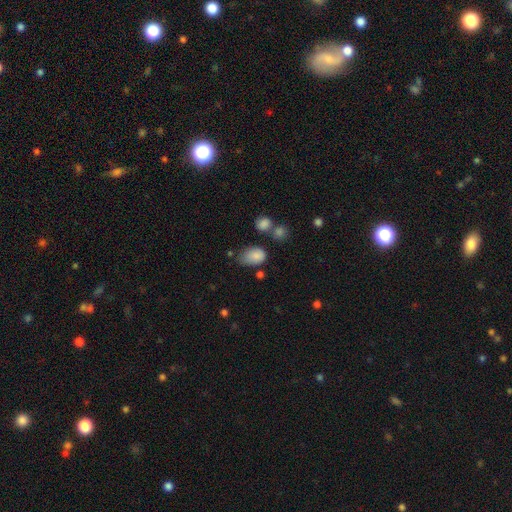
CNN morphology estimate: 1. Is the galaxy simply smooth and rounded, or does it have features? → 83% smooth, 10% star or artifact, 7% featured or disk.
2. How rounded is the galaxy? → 84% in between, 15% round, 1% cigar-shaped.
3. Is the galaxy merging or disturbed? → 44% none, 36% minor disturbance, 12% major disturbance, 8% merger.